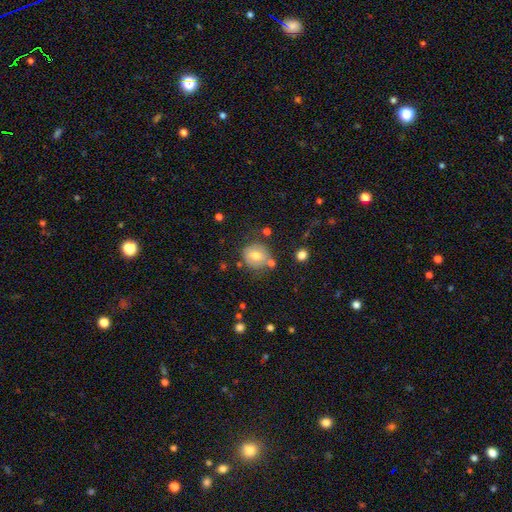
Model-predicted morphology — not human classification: Smooth or featured? smooth (69%)
How rounded? round (82%)
Merging? none (70%)